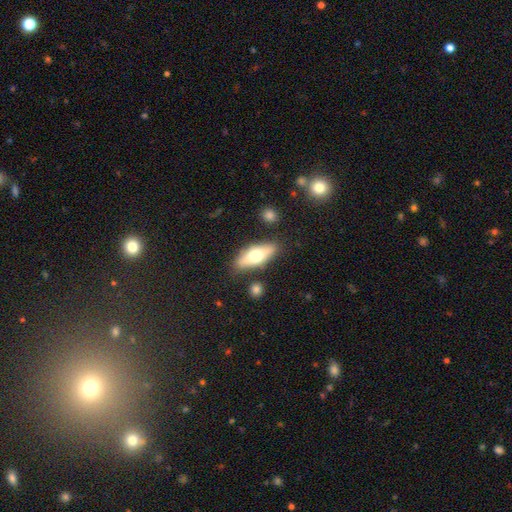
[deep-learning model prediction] smooth-or-featured: smooth: 61% | featured or disk: 33% | star or artifact: 6%
  how-rounded: in between: 69% | cigar-shaped: 28% | round: 3%
  merging: none: 81% | minor disturbance: 12% | merger: 4% | major disturbance: 3%